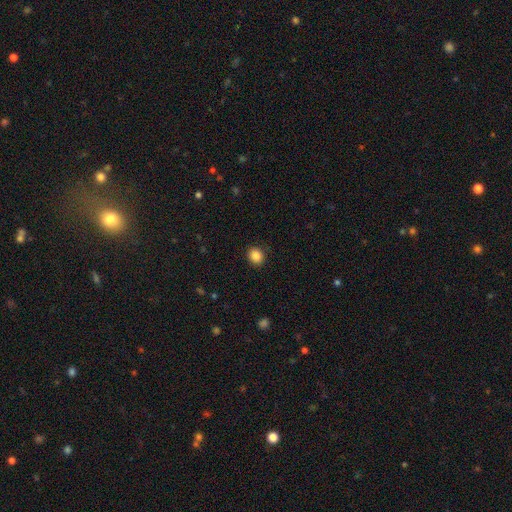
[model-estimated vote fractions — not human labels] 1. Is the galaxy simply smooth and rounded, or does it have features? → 87% smooth, 10% star or artifact, 3% featured or disk.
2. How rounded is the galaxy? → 74% round, 25% in between, 1% cigar-shaped.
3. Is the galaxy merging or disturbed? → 90% none, 7% minor disturbance, 2% major disturbance, 1% merger.